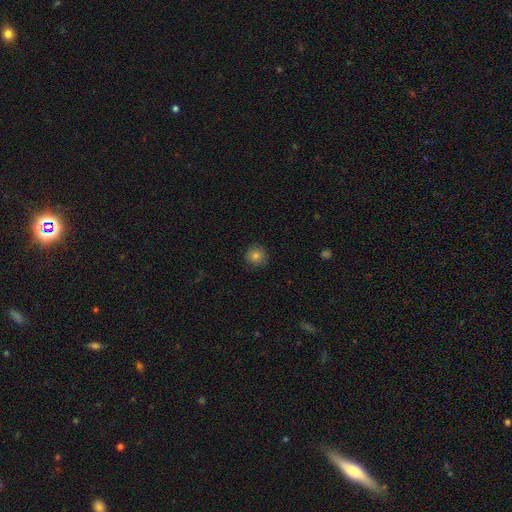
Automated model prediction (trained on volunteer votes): A smooth galaxy with no disk features (81%) that is round (93%).

Vote fractions:
- Smooth or featured? smooth: 81% / star or artifact: 11% / featured or disk: 8%
- How rounded? round: 93% / in between: 6% / cigar-shaped: 1%
- Merging? none: 87% / minor disturbance: 10% / major disturbance: 2% / merger: 1%